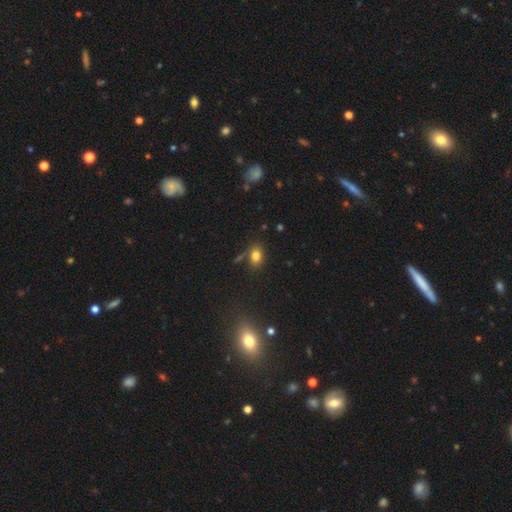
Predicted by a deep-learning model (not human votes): Smooth or featured? Predicted: smooth (p=0.79). How rounded? Predicted: in between (p=0.71). Merging? Predicted: none (p=0.73).